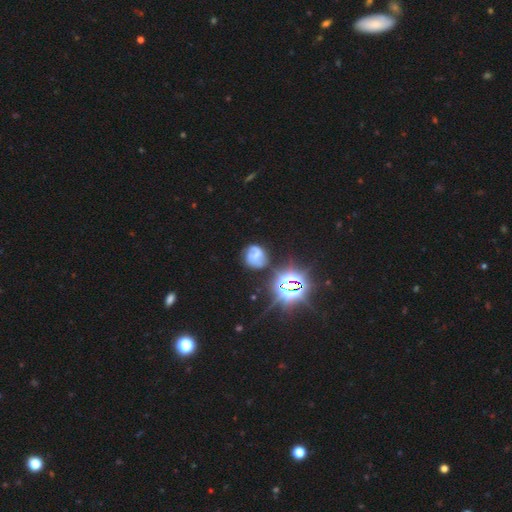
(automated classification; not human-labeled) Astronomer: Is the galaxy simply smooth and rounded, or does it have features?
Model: featured or disk — 51% (runner-up: smooth, 30%).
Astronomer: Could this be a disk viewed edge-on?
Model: no — 97%.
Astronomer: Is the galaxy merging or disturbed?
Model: none — 64%.